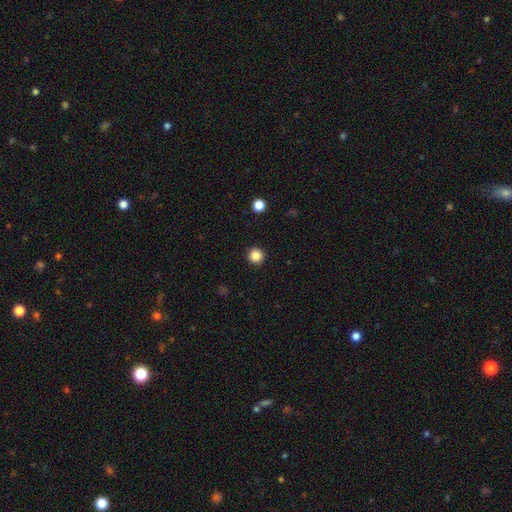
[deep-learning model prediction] Morphology: type=smooth (85%); roundness=round (96%); merging=none (94%).